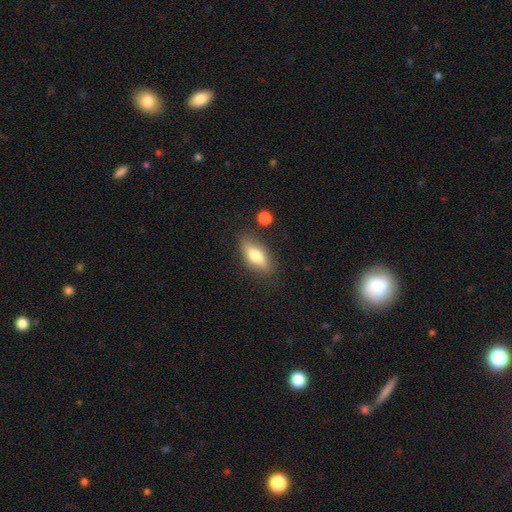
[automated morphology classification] This is likely a smooth galaxy (67%). How rounded: likely in between (73%). Merging: likely none (80%).